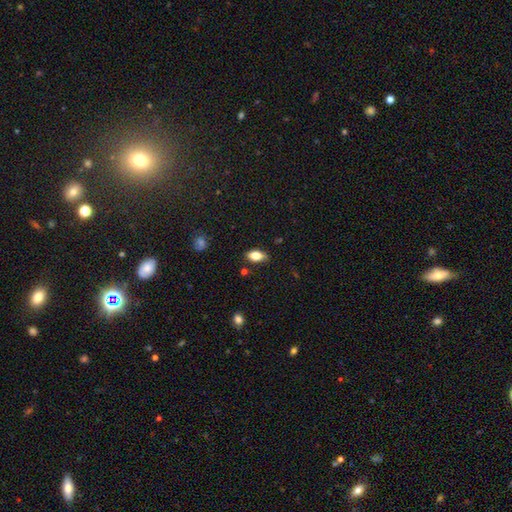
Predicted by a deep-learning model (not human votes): smooth 78%, featured or disk 14%, star or artifact 8%. Down the decision tree: how rounded — in between (88%); merging — none (81%).